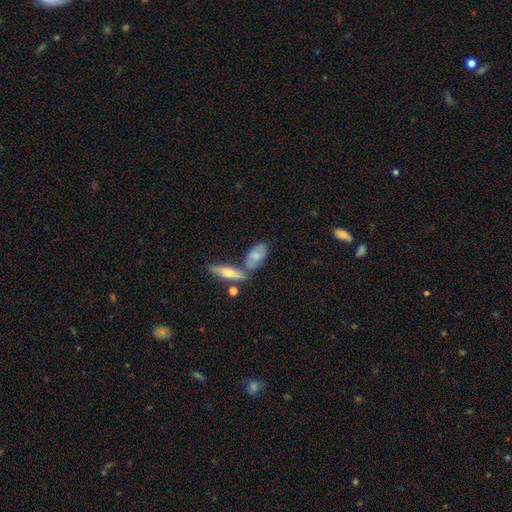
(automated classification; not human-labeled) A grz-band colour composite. It shows a smooth galaxy with no disk features (65%) that is in between round and cigar-shaped (85%). Merging: none (51%).